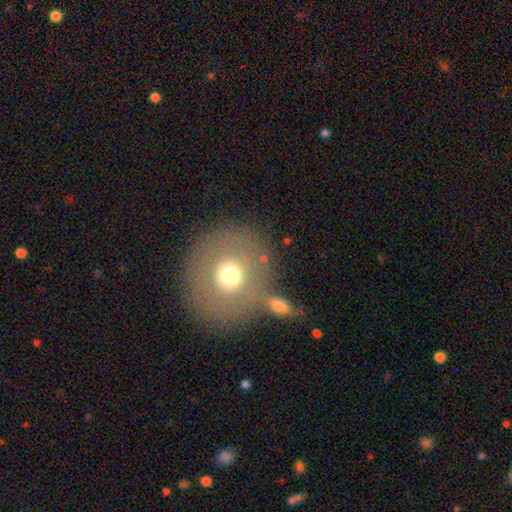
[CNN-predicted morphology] Smooth or featured? smooth (64%)
How rounded? round (83%)
Merging? none (73%)